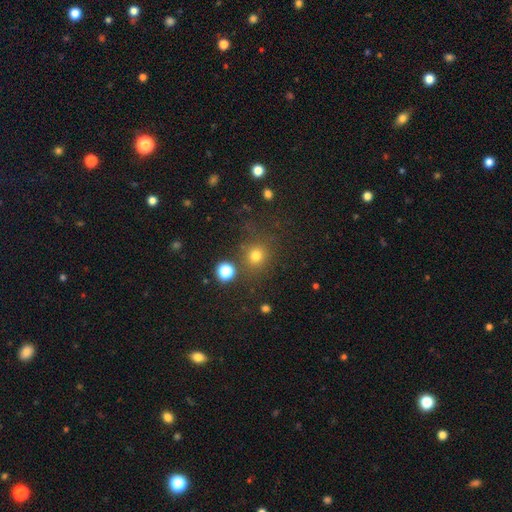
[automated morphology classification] Q: Smooth or featured?
A: smooth (73%); runner-up: star or artifact (20%)
Q: How rounded?
A: round (87%); runner-up: in between (12%)
Q: Merging?
A: none (76%); runner-up: minor disturbance (11%)